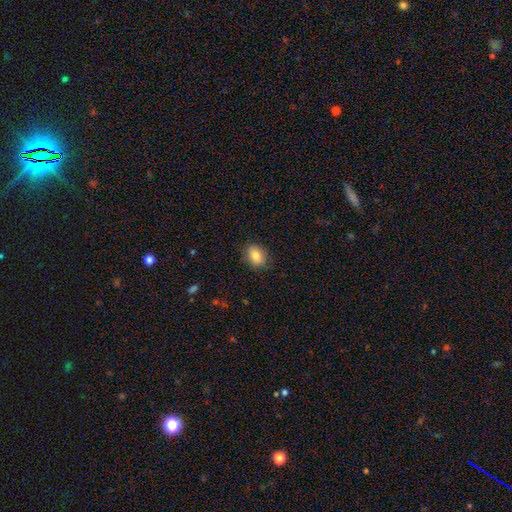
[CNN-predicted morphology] Smooth or featured?
  - smooth: 84% *
  - star or artifact: 8%
  - featured or disk: 7%
How rounded?
  - in between: 70% *
  - round: 28%
  - cigar-shaped: 1%
Merging?
  - none: 85% *
  - minor disturbance: 11%
  - major disturbance: 3%
  - merger: 1%